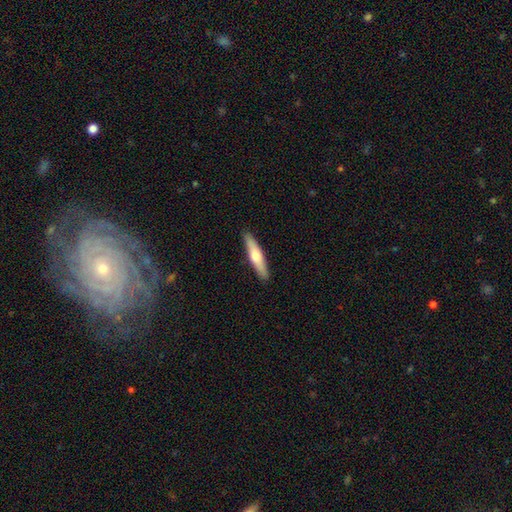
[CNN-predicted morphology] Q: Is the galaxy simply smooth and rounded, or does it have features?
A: smooth — 55%.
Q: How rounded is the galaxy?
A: cigar-shaped — 83%.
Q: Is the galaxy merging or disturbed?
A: none — 90%.